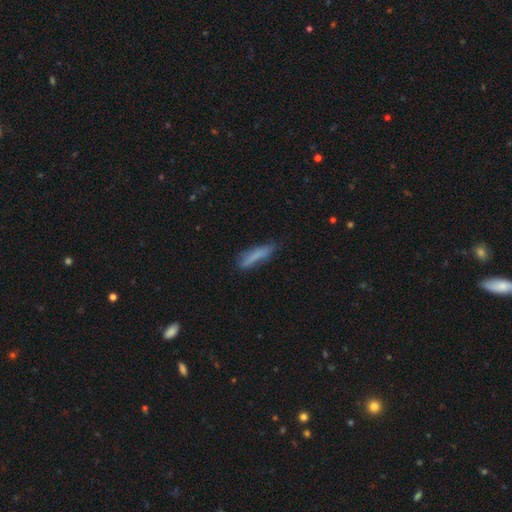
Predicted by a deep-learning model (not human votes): This appears to be a smooth galaxy with no disk features (76%) that is cigar-shaped (81%). Merging: none (68%).